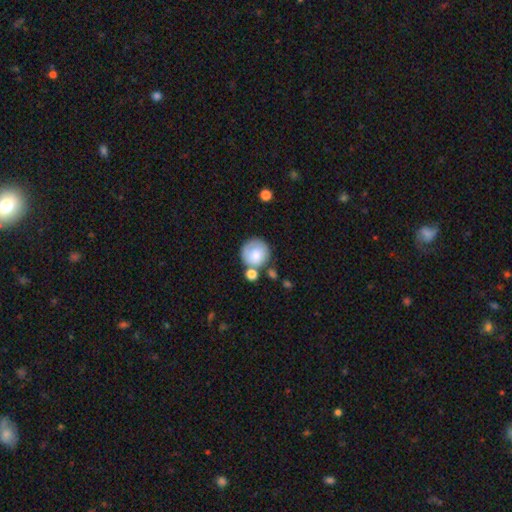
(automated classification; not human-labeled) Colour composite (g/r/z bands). It shows a smooth galaxy with no disk features (74%) that is round (91%). Merging: none (60%).